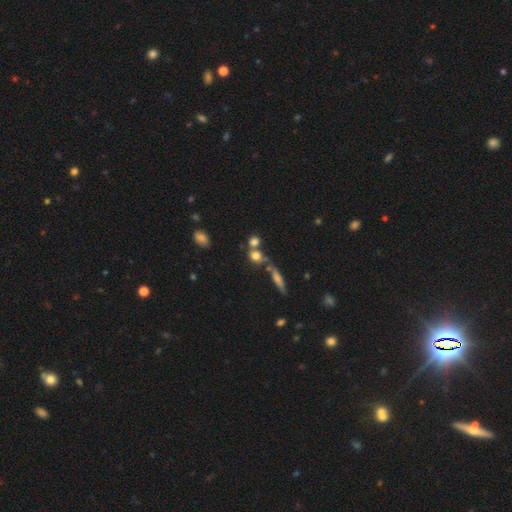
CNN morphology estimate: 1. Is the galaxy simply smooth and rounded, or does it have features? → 75% smooth, 13% featured or disk, 13% star or artifact.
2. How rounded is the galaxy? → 70% round, 24% in between, 6% cigar-shaped.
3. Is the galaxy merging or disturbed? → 49% none, 36% merger, 10% minor disturbance, 5% major disturbance.